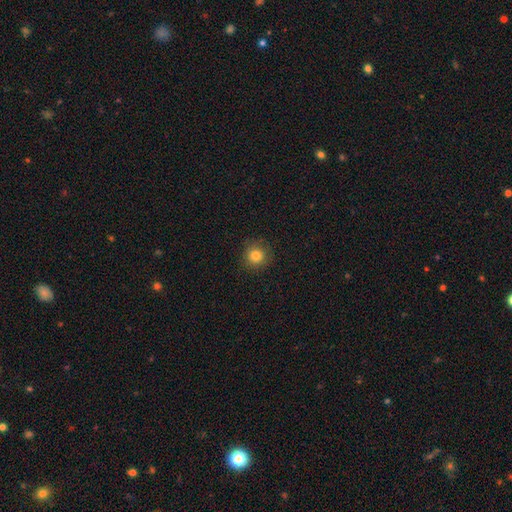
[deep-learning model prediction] Morphology: type=smooth (82%); roundness=round (93%); merging=none (89%).